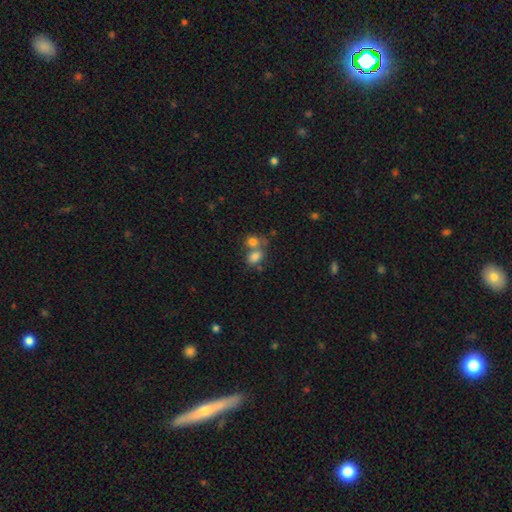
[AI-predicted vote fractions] Smooth or featured: smooth — 76% (featured or disk — 13%)
How rounded: in between — 65% (round — 33%)
Merging: merger — 55% (none — 31%)